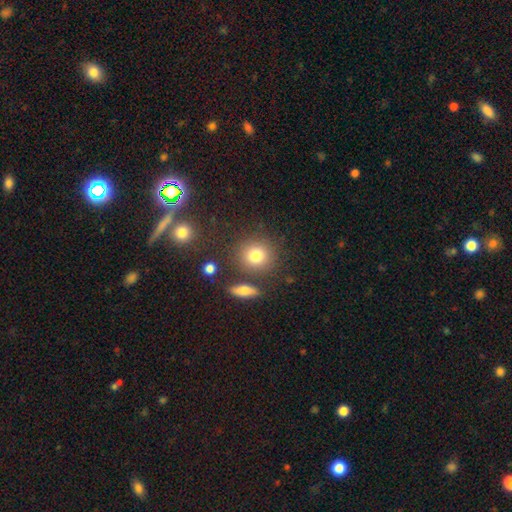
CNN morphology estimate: A smooth galaxy with no disk features (80%) that is round (85%). Merging: none (80%).